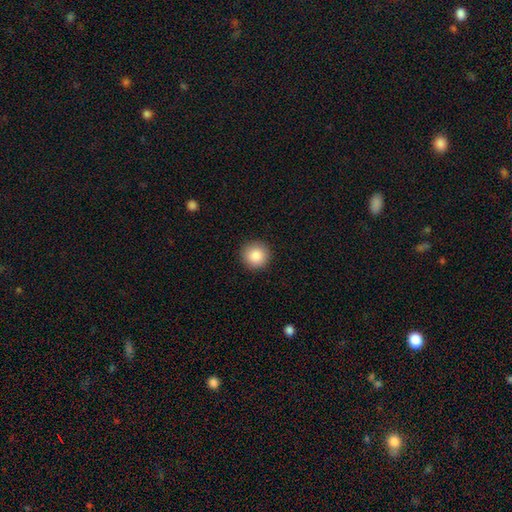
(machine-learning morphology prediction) A smooth galaxy with no disk features (87%) that is round (95%).

Vote fractions:
- Smooth or featured? smooth: 87% / star or artifact: 8% / featured or disk: 4%
- How rounded? round: 95% / in between: 4% / cigar-shaped: 1%
- Merging? none: 92% / minor disturbance: 5% / major disturbance: 2% / merger: 1%